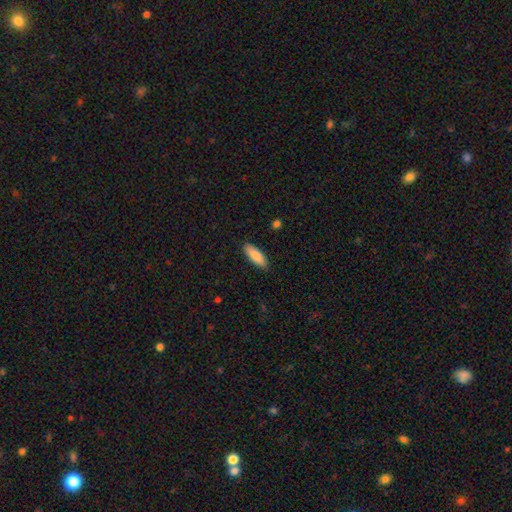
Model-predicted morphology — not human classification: Q: Smooth or featured?
A: smooth (86%); runner-up: featured or disk (8%)
Q: How rounded?
A: in between (65%); runner-up: cigar-shaped (34%)
Q: Merging?
A: none (87%); runner-up: minor disturbance (10%)